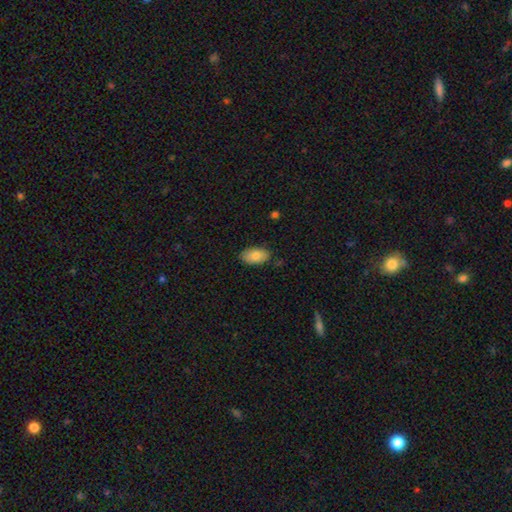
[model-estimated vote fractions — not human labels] Q: Smooth or featured?
A: smooth (80%); runner-up: featured or disk (13%)
Q: How rounded?
A: in between (93%); runner-up: round (5%)
Q: Merging?
A: none (82%); runner-up: minor disturbance (14%)